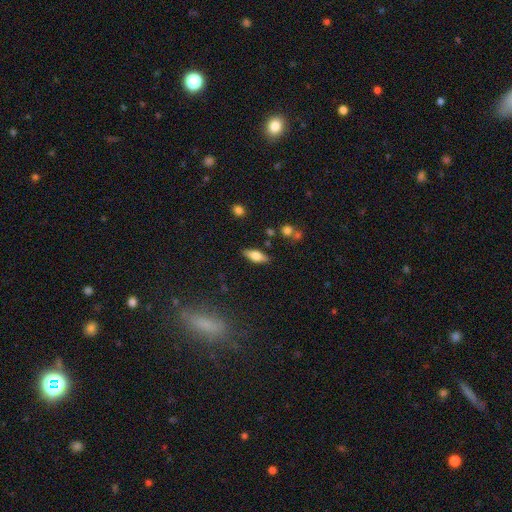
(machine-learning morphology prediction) Smooth or featured?
  - smooth: 62% *
  - featured or disk: 30%
  - star or artifact: 7%
How rounded?
  - in between: 72% *
  - cigar-shaped: 25%
  - round: 3%
Merging?
  - none: 84% *
  - minor disturbance: 11%
  - major disturbance: 3%
  - merger: 3%